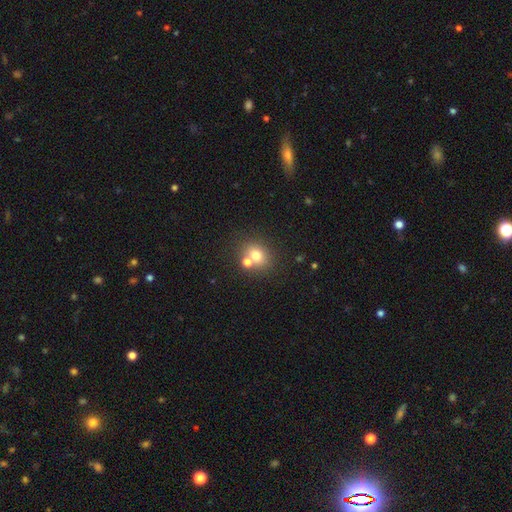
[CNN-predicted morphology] Smooth or featured: smooth — 72% (star or artifact — 14%)
How rounded: round — 65% (in between — 34%)
Merging: none — 57% (merger — 30%)